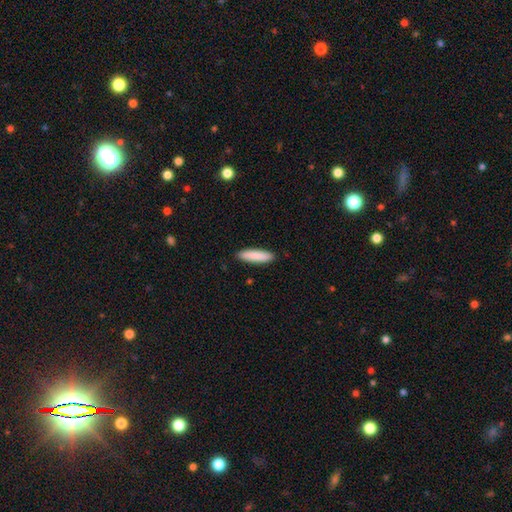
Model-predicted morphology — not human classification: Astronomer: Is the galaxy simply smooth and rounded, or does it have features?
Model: smooth — 88%.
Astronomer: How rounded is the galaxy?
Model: cigar-shaped — 73%.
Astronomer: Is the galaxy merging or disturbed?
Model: none — 90%.